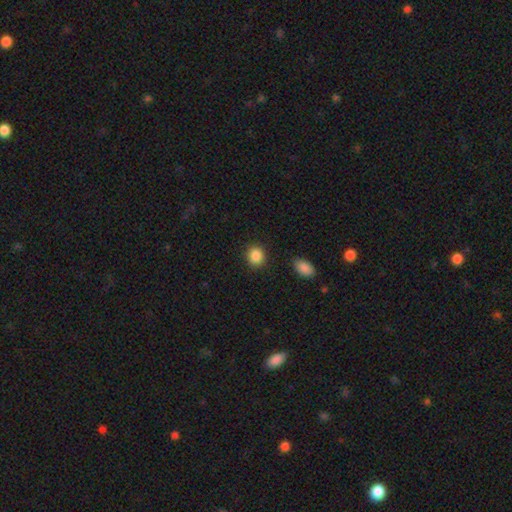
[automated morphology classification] This is clearly a smooth galaxy (88%). How rounded: likely round (75%). Merging: clearly none (87%).